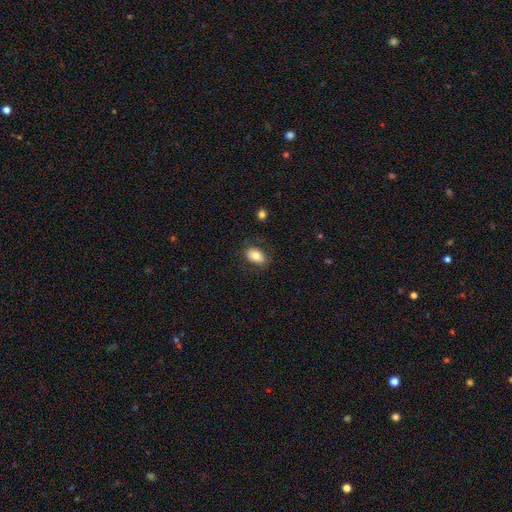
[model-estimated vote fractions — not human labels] Smooth or featured: smooth — 79% (featured or disk — 13%)
How rounded: in between — 87% (round — 12%)
Merging: none — 82% (minor disturbance — 13%)